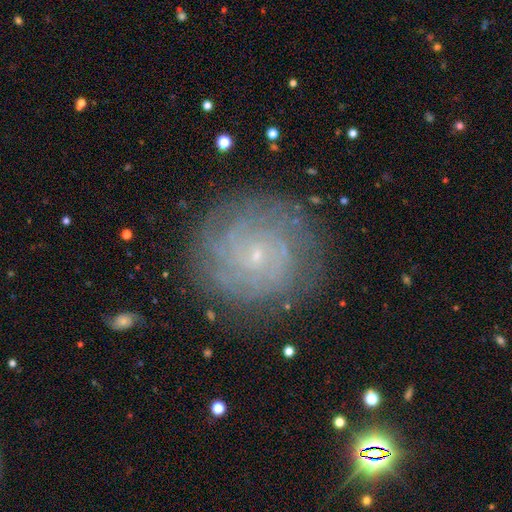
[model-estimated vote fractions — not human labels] This appears to be a featured or disk galaxy (72%) with no bar (78%), tight (77%) spiral arms (92%) and a small central bulge (89%). Merging: none (83%).